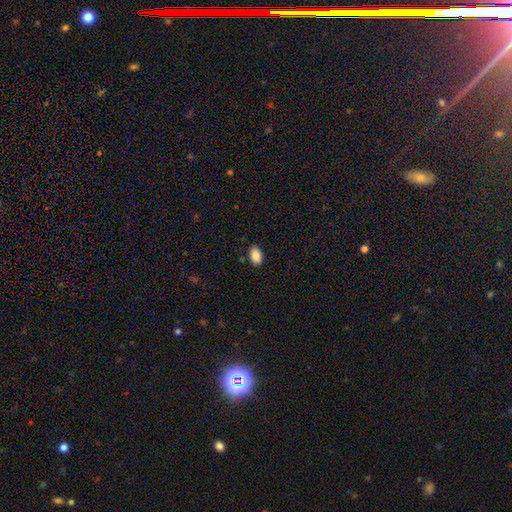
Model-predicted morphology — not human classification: type=smooth (88%); roundness=in between (92%); merging=none (86%).